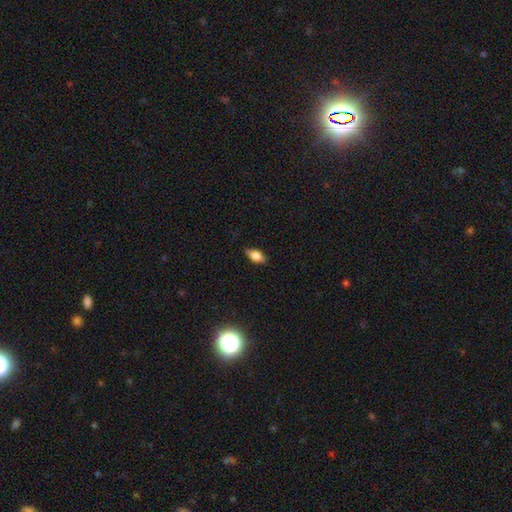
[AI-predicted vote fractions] A smooth galaxy with no disk features (72%) that is in between round and cigar-shaped (83%).

Vote fractions:
- Smooth or featured? smooth: 72% / featured or disk: 20% / star or artifact: 9%
- How rounded? in between: 83% / cigar-shaped: 12% / round: 5%
- Merging? none: 84% / minor disturbance: 12% / major disturbance: 2% / merger: 1%